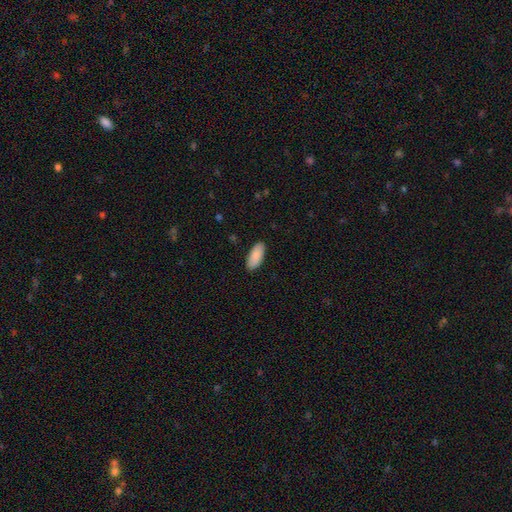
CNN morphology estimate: smooth-or-featured: smooth: 89% | featured or disk: 6% | star or artifact: 6%
  how-rounded: in between: 89% | cigar-shaped: 10% | round: 2%
  merging: none: 89% | minor disturbance: 8% | major disturbance: 2% | merger: 1%